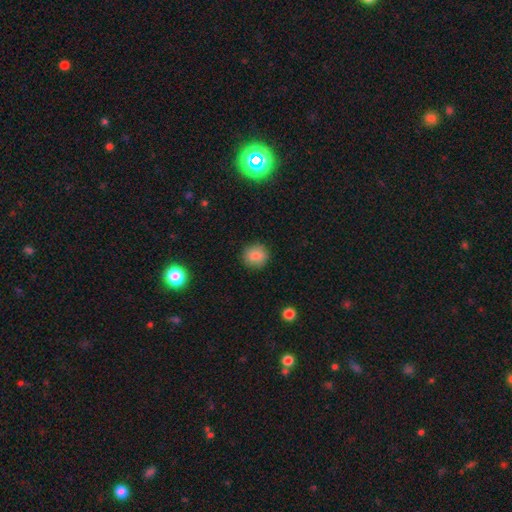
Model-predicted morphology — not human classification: smooth_or_featured: smooth (p=0.85) [alt: star or artifact p=0.09]
how_rounded: round (p=0.89) [alt: in between p=0.10]
merging: none (p=0.90) [alt: minor disturbance p=0.07]